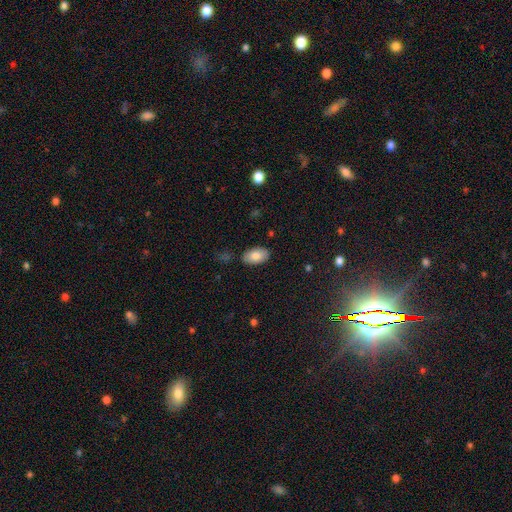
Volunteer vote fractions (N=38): Overall: smooth (82%). How rounded: in between (90%). Merging: none (92%).